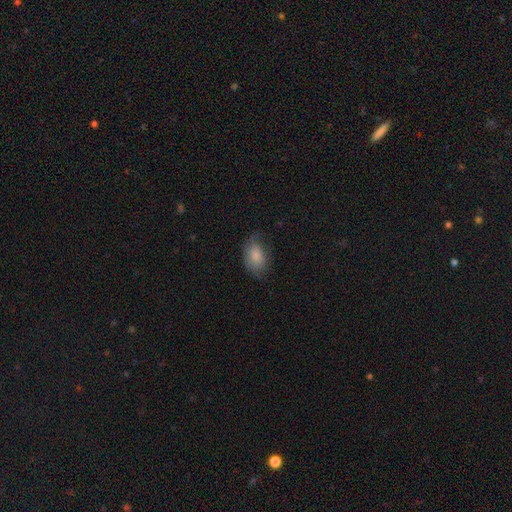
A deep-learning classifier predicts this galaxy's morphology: smooth_or_featured: smooth (p=0.81) [alt: featured or disk p=0.12]
how_rounded: in between (p=0.89) [alt: round p=0.09]
merging: none (p=0.60) [alt: minor disturbance p=0.29]